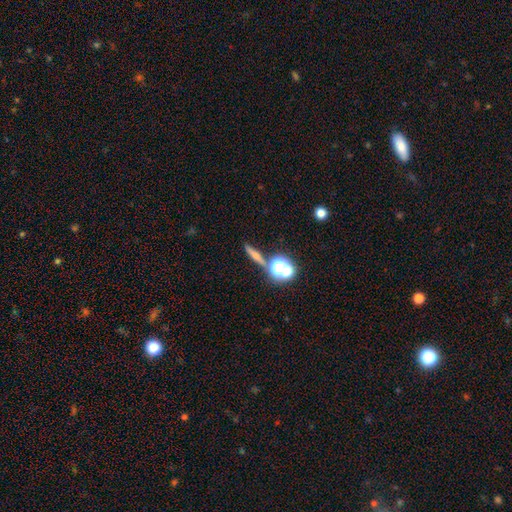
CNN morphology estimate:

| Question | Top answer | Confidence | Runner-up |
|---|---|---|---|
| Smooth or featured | smooth | 44% | featured or disk (34%) |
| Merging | none | 73% | merger (13%) |